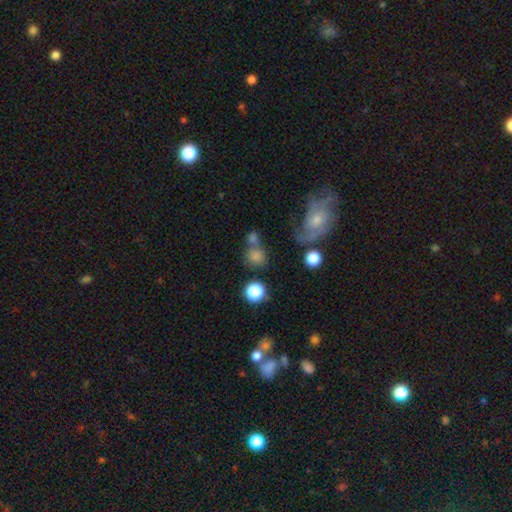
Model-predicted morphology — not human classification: A smooth galaxy with no disk features (75%) that is round (77%).

Vote fractions:
- Smooth or featured? smooth: 75% / star or artifact: 14% / featured or disk: 11%
- How rounded? round: 77% / in between: 22% / cigar-shaped: 2%
- Merging? none: 44% / merger: 36% / minor disturbance: 12% / major disturbance: 9%